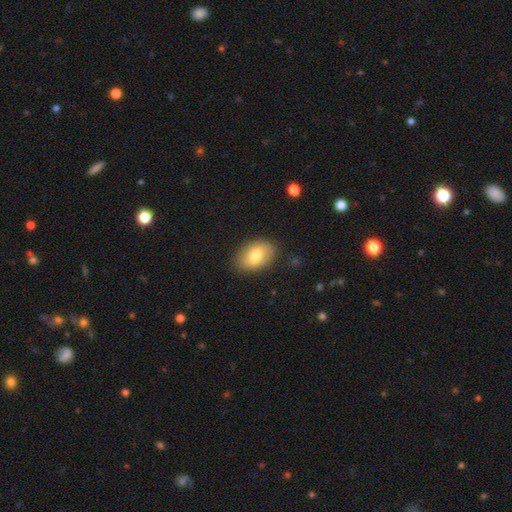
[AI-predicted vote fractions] Smooth or featured? Predicted: smooth (p=0.74). How rounded? Predicted: in between (p=0.88). Merging? Predicted: none (p=0.84).